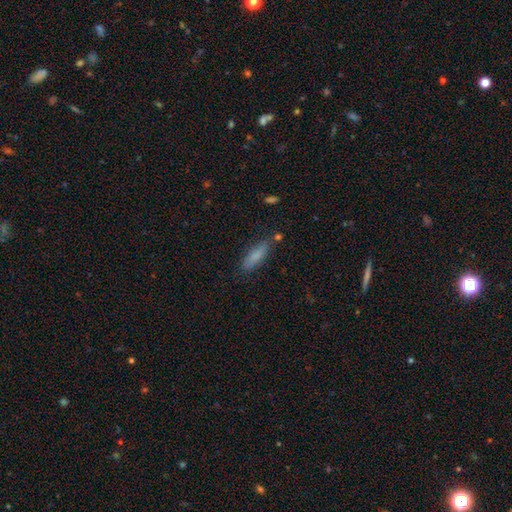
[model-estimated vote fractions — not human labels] A smooth galaxy with no disk features (79%) that is cigar-shaped (63%). Merging: none (78%).